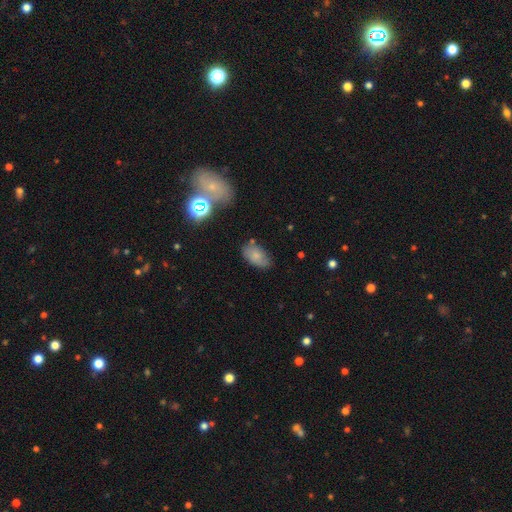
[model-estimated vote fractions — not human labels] smooth 75%, featured or disk 15%, star or artifact 10%. Down the decision tree: how rounded — in between (92%); merging — none (67%).